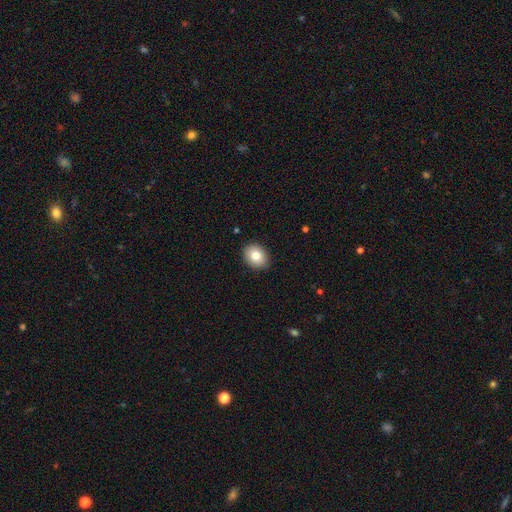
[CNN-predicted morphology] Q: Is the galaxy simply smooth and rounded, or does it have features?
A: smooth — 81%.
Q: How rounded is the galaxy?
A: in between — 56%.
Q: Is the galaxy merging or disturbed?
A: none — 89%.